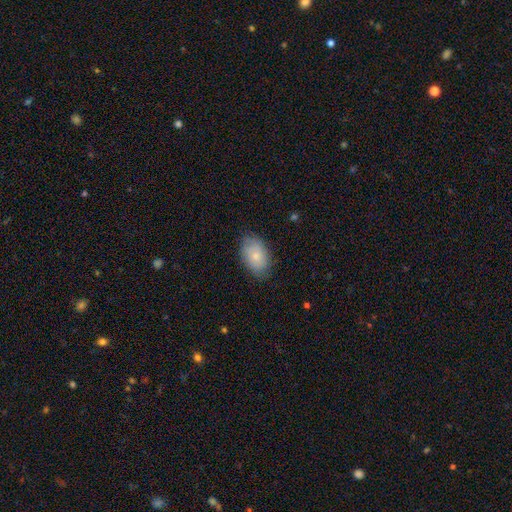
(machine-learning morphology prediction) Q: Smooth or featured?
A: smooth (75%); runner-up: featured or disk (18%)
Q: How rounded?
A: in between (88%); runner-up: round (10%)
Q: Merging?
A: none (78%); runner-up: minor disturbance (17%)